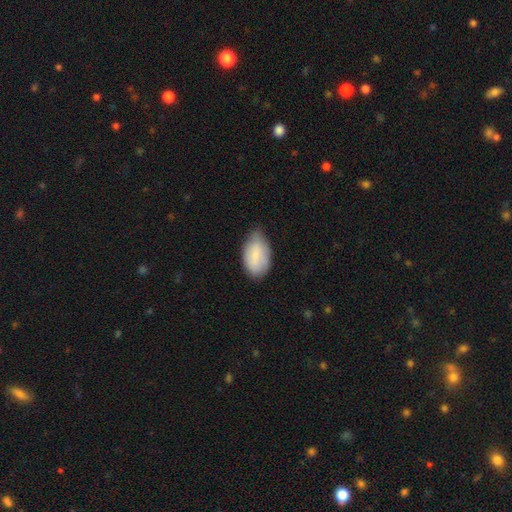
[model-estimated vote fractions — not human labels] A smooth galaxy with no disk features (82%) that is in between round and cigar-shaped (94%). Merging: none (56%).